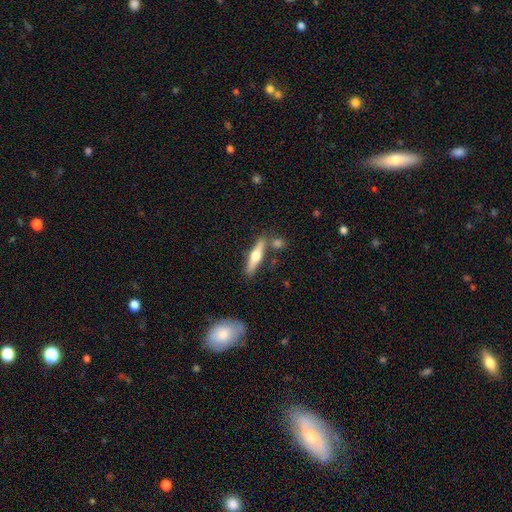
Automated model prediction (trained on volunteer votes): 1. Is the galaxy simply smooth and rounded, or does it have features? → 55% featured or disk, 39% smooth, 6% star or artifact.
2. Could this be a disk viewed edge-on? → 95% yes, 5% no.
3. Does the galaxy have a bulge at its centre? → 94% rounded, 3% none, 3% boxy.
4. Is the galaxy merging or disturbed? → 77% none, 11% minor disturbance, 9% merger, 3% major disturbance.